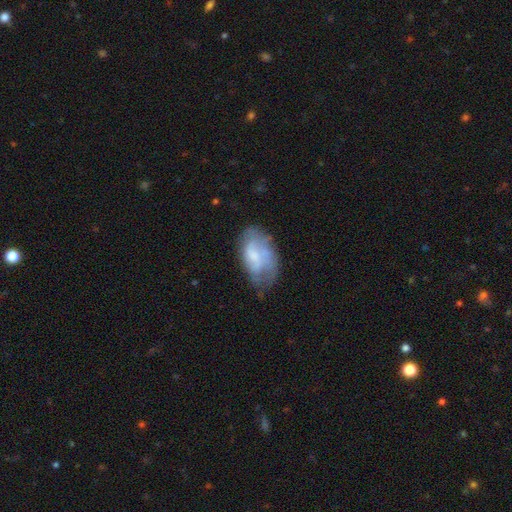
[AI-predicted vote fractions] This is possibly a smooth galaxy (47%). Merging: possibly none (48%).